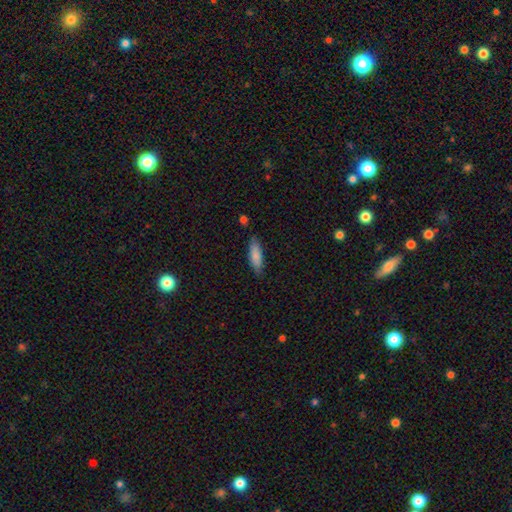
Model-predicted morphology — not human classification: Smooth or featured? smooth (83%)
How rounded? in between (52%)
Merging? none (82%)